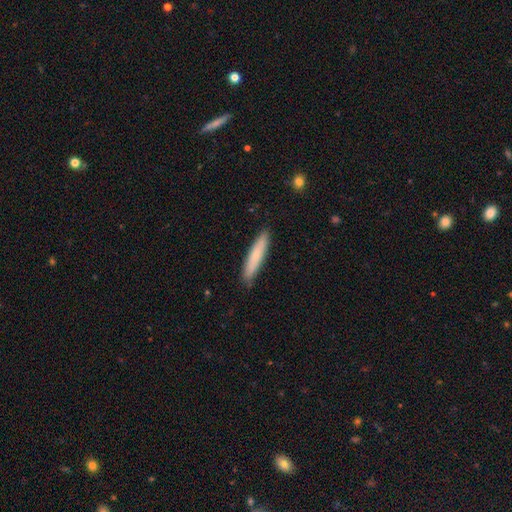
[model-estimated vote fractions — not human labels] smooth_or_featured: smooth (p=0.76) [alt: featured or disk p=0.19]
how_rounded: cigar-shaped (p=0.91) [alt: in between p=0.08]
merging: none (p=0.89) [alt: minor disturbance p=0.09]